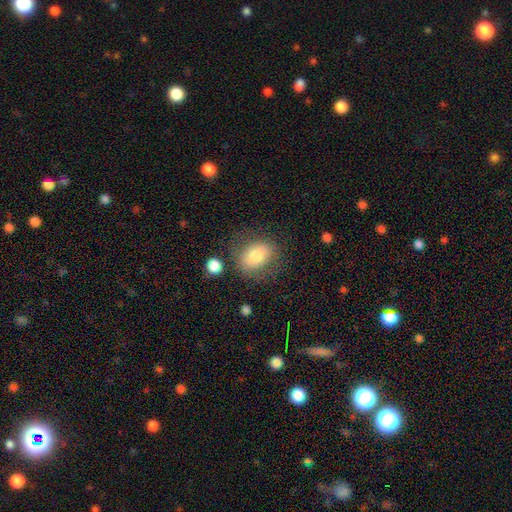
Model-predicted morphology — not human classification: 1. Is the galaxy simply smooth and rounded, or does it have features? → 74% smooth, 17% featured or disk, 9% star or artifact.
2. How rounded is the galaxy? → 61% in between, 38% round, 1% cigar-shaped.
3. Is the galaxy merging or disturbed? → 72% none, 17% minor disturbance, 7% major disturbance, 3% merger.